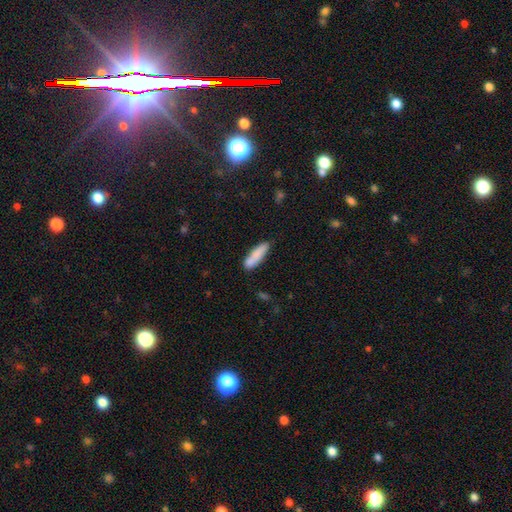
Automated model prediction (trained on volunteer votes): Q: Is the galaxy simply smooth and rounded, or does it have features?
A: smooth — 82%.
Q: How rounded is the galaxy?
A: cigar-shaped — 66%.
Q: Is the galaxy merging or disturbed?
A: none — 71%.